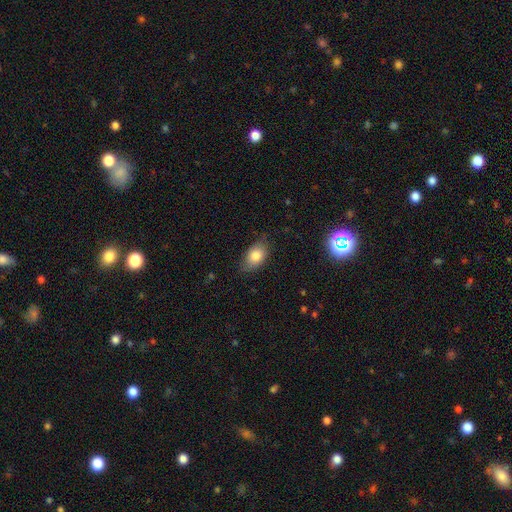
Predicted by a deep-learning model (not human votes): This is clearly a smooth galaxy (81%). How rounded: clearly in between (89%). Merging: likely none (74%).